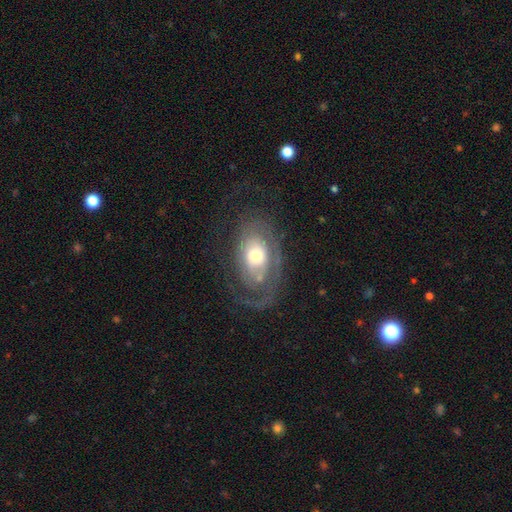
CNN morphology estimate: Smooth or featured: featured or disk — 71% (smooth — 22%)
Edge-on disk: no — 94% (yes — 6%)
Bar: no — 80% (weak — 15%)
Spiral arms: yes — 75% (no — 25%)
Bulge size: moderate — 51% (small — 23%)
Merging: none — 52% (major disturbance — 27%)